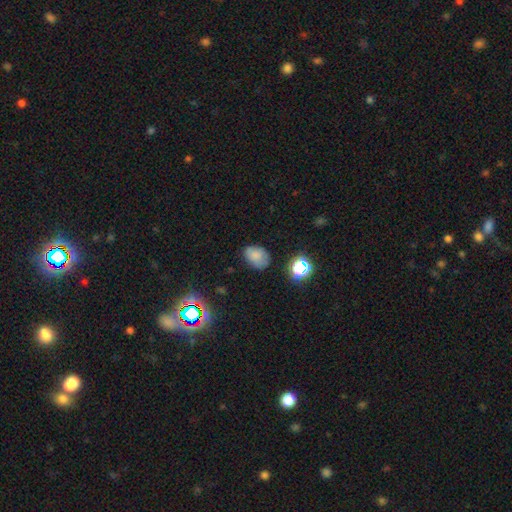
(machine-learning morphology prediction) Overall: smooth (76%). How rounded: in between (74%). Merging: none (71%).